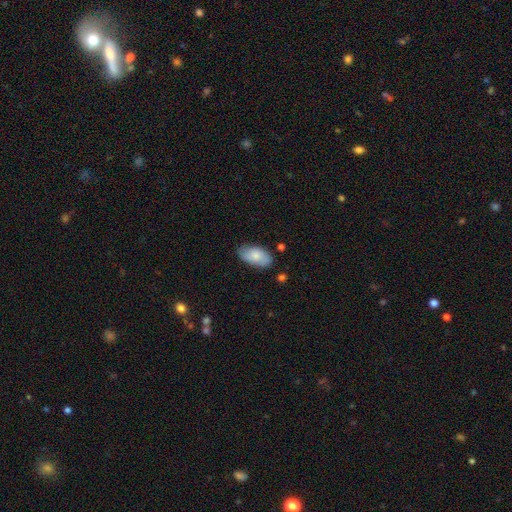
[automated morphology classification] A smooth galaxy with no disk features (77%) that is in between round and cigar-shaped (94%). Merging: none (75%).